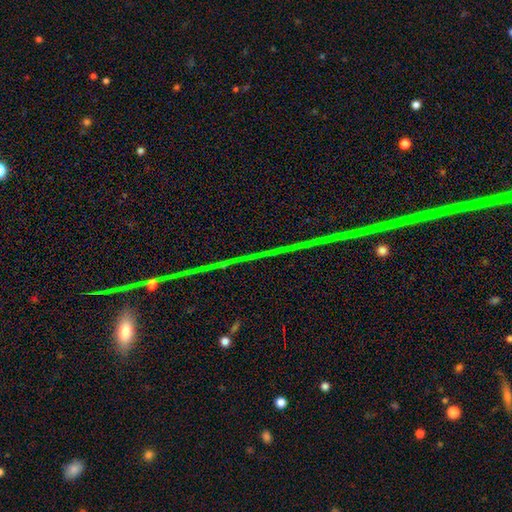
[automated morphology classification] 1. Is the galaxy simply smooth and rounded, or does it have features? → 77% star or artifact, 14% featured or disk, 9% smooth.